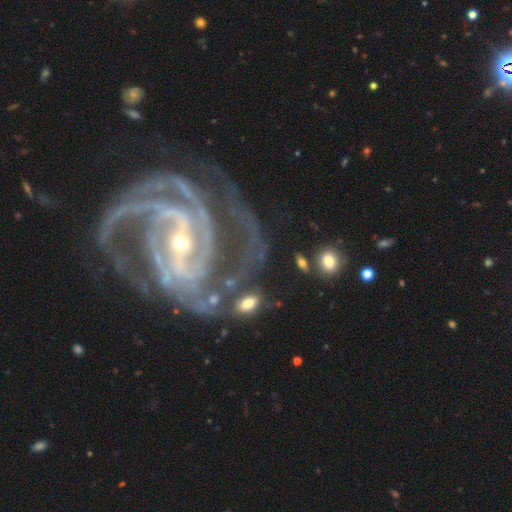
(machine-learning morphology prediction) Smooth or featured? featured or disk (93%)
Edge-on disk? no (98%)
Bar? strong (58%)
Spiral arms? yes (99%)
Spiral winding? tight (50%)
Spiral arm count? 3 (30%)
Bulge size? small (74%)
Merging? none (59%)